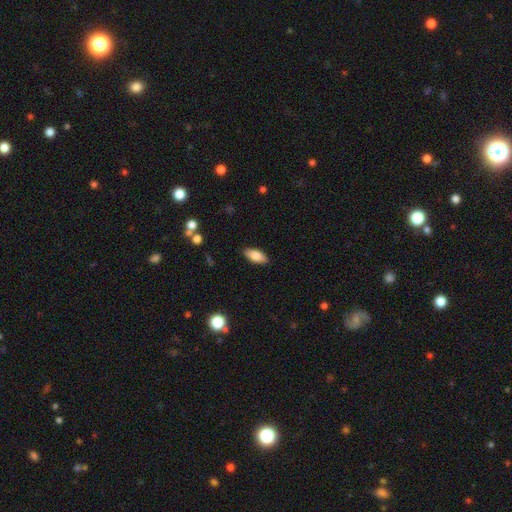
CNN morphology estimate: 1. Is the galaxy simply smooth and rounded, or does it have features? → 84% smooth, 9% featured or disk, 7% star or artifact.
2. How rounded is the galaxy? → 88% in between, 10% cigar-shaped, 2% round.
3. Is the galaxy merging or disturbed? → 87% none, 9% minor disturbance, 2% major disturbance, 1% merger.